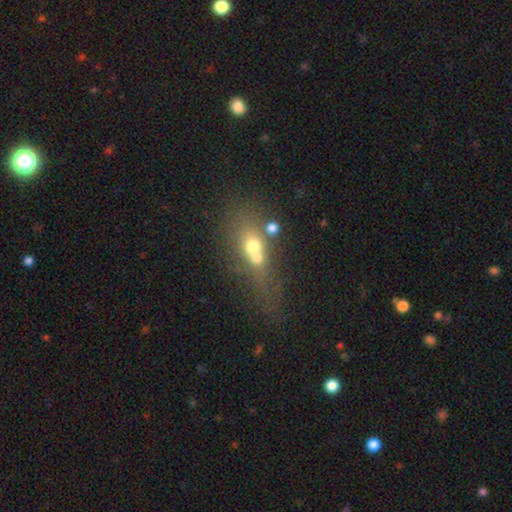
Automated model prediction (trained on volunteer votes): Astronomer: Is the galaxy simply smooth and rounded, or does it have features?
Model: smooth — 44% (runner-up: featured or disk, 30%).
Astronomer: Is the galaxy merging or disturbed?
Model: none — 40% (runner-up: merger, 33%).